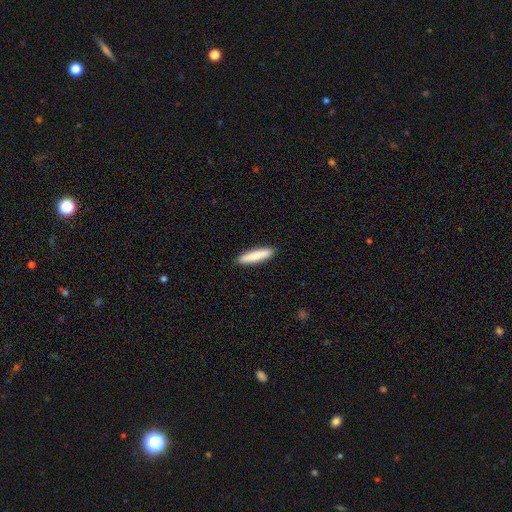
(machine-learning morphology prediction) A smooth galaxy with no disk features (86%) that is cigar-shaped (87%).

Vote fractions:
- Smooth or featured? smooth: 86% / featured or disk: 9% / star or artifact: 5%
- How rounded? cigar-shaped: 87% / in between: 12% / round: 1%
- Merging? none: 91% / minor disturbance: 6% / major disturbance: 1% / merger: 1%